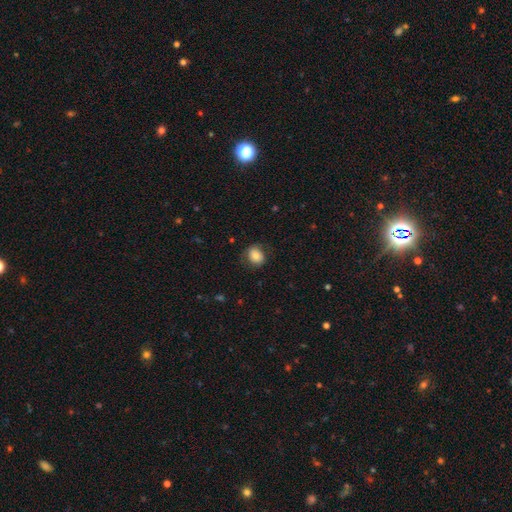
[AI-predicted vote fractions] This is likely a smooth galaxy (78%). How rounded: possibly round (57%). Merging: likely none (74%).